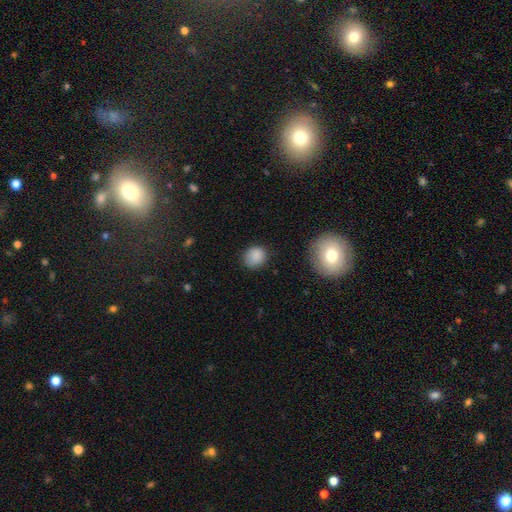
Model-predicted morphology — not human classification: Smooth or featured? smooth (85%)
How rounded? round (75%)
Merging? none (79%)